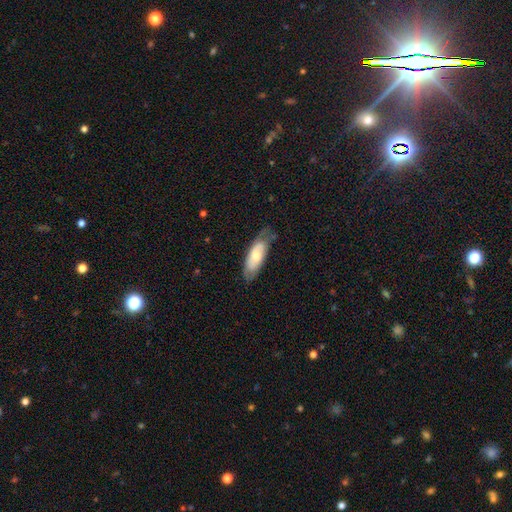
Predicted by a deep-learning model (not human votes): A smooth galaxy with no disk features (55%) that is in between round and cigar-shaped (70%).

Vote fractions:
- Smooth or featured? smooth: 55% / featured or disk: 39% / star or artifact: 6%
- How rounded? in between: 70% / cigar-shaped: 28% / round: 2%
- Merging? none: 61% / minor disturbance: 28% / major disturbance: 9% / merger: 2%